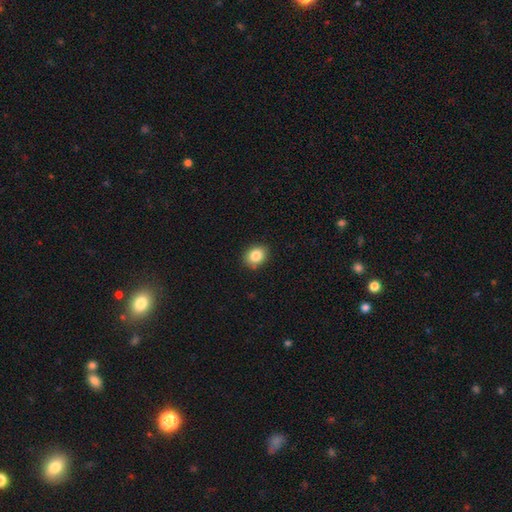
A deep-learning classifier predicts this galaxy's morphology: The model was most divided on "how rounded": round: 50%, in between: 49%, cigar-shaped: 1%. More confident: merging — none (87%); smooth or featured — smooth (85%).